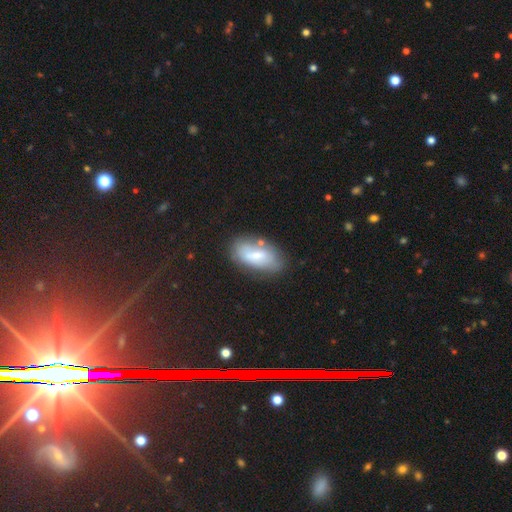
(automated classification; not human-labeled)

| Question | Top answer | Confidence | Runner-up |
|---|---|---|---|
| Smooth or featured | smooth | 63% | featured or disk (29%) |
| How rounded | in between | 89% | cigar-shaped (7%) |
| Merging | none | 63% | minor disturbance (22%) |